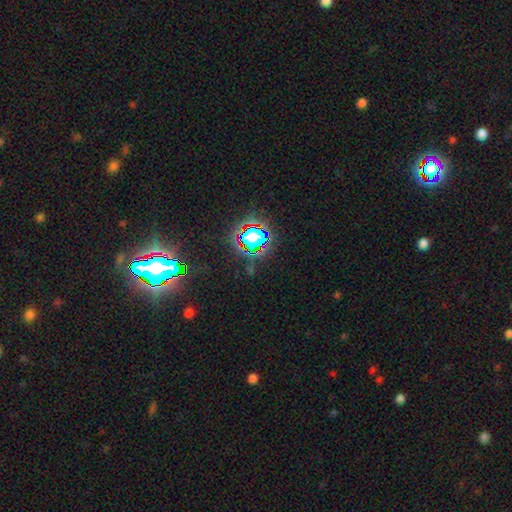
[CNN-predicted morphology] Overall: star or artifact (81%).